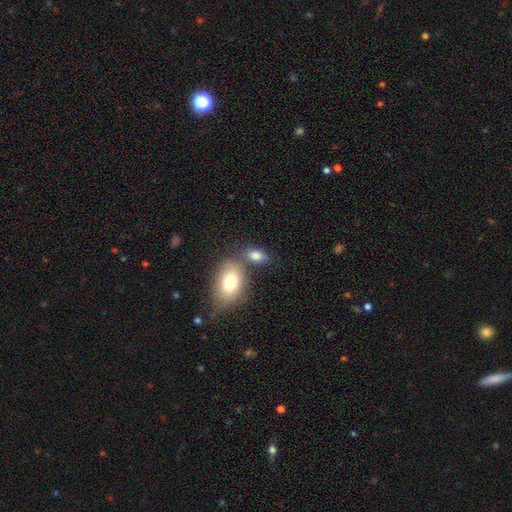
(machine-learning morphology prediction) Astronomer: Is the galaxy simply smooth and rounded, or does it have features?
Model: smooth — 82%.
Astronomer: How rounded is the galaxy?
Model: in between — 87%.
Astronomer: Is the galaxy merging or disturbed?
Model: none — 54%.